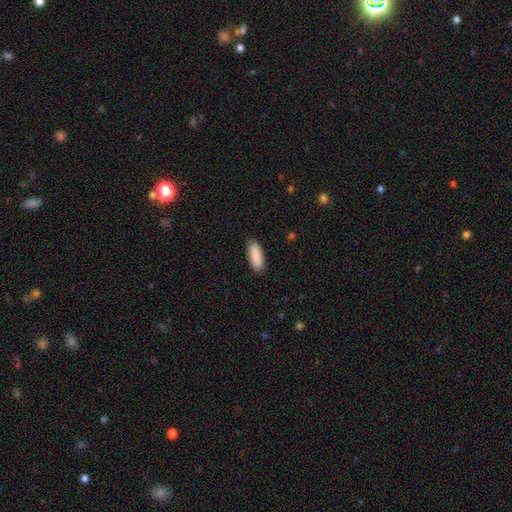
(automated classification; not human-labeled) A smooth galaxy with no disk features (88%) that is in between round and cigar-shaped (65%). Merging: none (85%).